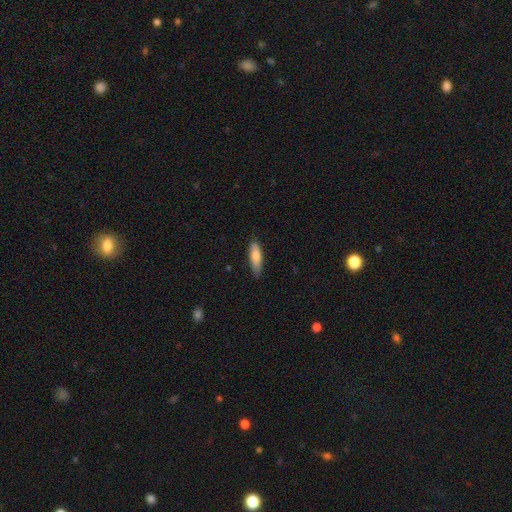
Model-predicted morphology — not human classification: This is likely a smooth galaxy (78%). How rounded: likely cigar-shaped (63%). Merging: likely none (80%).